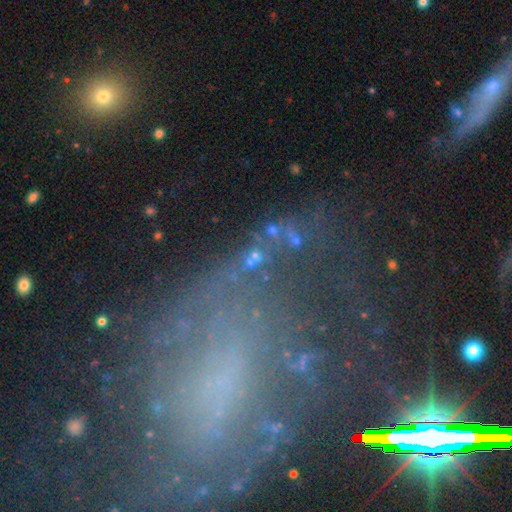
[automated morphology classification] Smooth or featured: star or artifact — 48% (smooth — 29%)